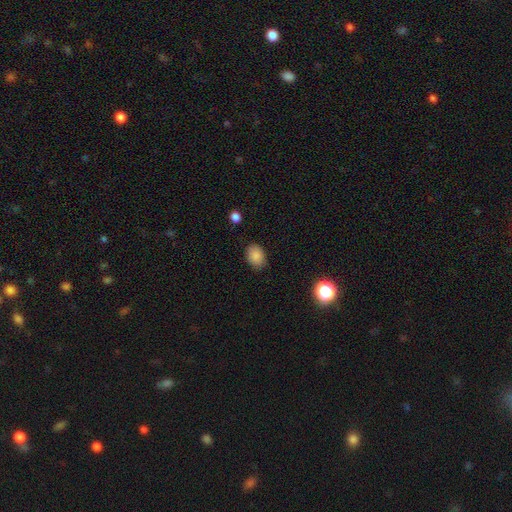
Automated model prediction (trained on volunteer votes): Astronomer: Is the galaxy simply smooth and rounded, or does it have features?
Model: smooth — 86%.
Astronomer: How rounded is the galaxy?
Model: in between — 76%.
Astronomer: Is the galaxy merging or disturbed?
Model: none — 84%.